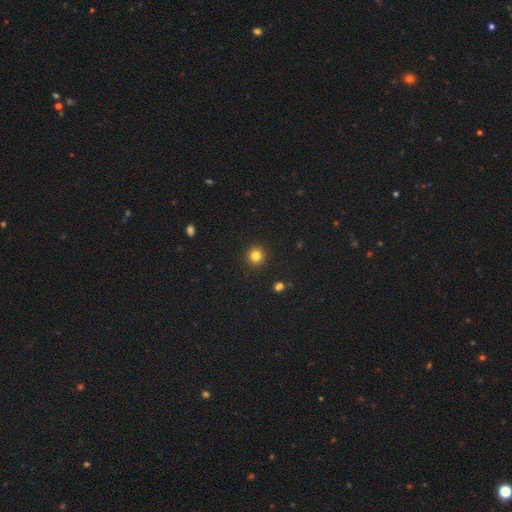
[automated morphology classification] Overall: smooth (82%). How rounded: round (94%). Merging: none (92%).